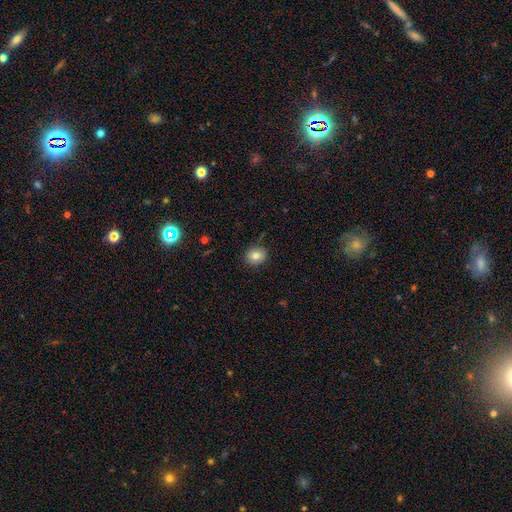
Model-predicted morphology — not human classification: Smooth or featured: smooth — 80% (star or artifact — 11%)
How rounded: round — 77% (in between — 22%)
Merging: none — 85% (minor disturbance — 11%)